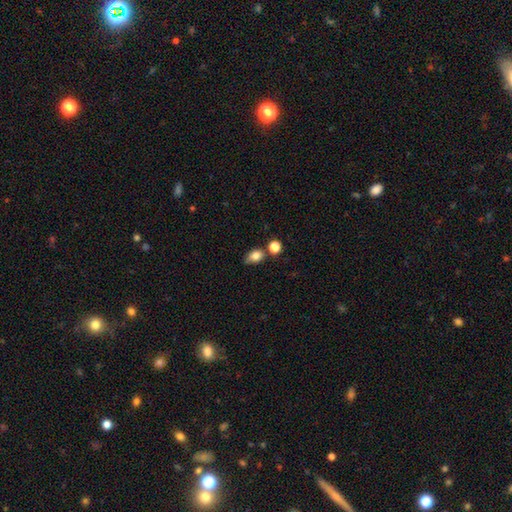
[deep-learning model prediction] This is clearly a smooth galaxy (80%). How rounded: possibly in between (57%). Merging: possibly none (56%).